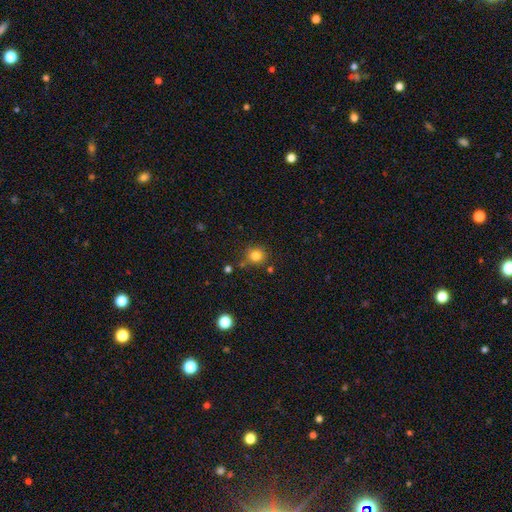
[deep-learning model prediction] Overall: smooth (82%). How rounded: round (88%). Merging: none (78%).